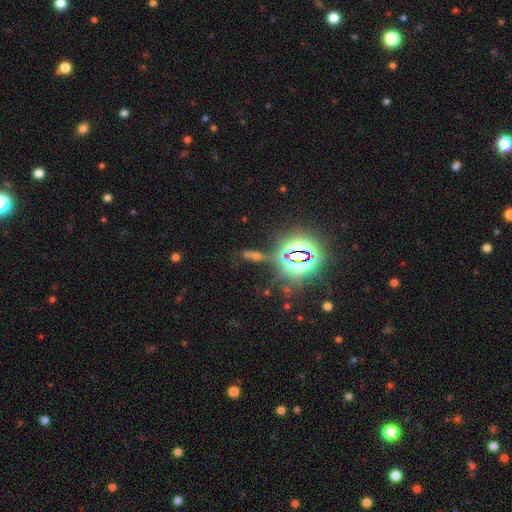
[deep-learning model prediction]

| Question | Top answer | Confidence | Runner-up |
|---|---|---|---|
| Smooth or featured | star or artifact | 60% | smooth (26%) |